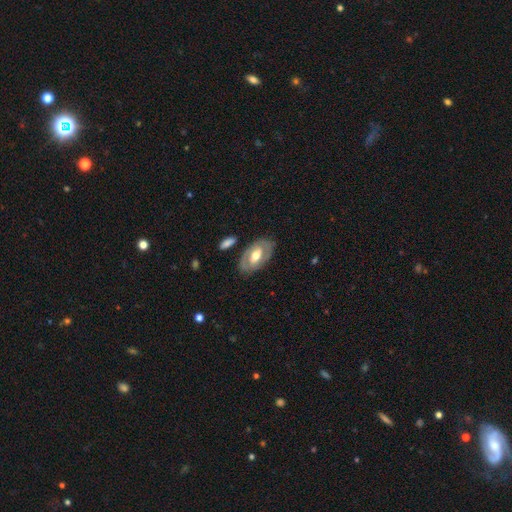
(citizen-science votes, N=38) Smooth or featured? featured or disk (71%)
Edge-on disk? no (93%)
Bar? weak (48%)
Spiral arms? yes (72%)
Spiral winding? medium (50%)
Spiral arm count? 2 (67%)
Bulge size? moderate (76%)
Merging? none (86%)